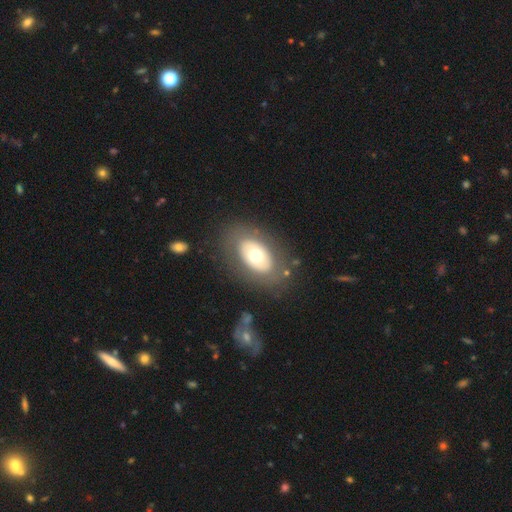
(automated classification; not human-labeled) Smooth or featured? smooth (54%)
How rounded? in between (84%)
Merging? none (80%)